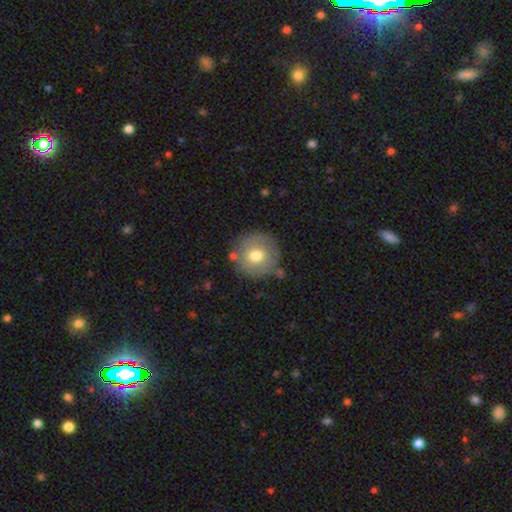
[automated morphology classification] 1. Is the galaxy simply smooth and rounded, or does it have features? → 67% smooth, 25% featured or disk, 8% star or artifact.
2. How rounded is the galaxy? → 94% round, 5% in between, 1% cigar-shaped.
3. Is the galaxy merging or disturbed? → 79% none, 12% minor disturbance, 5% merger, 4% major disturbance.